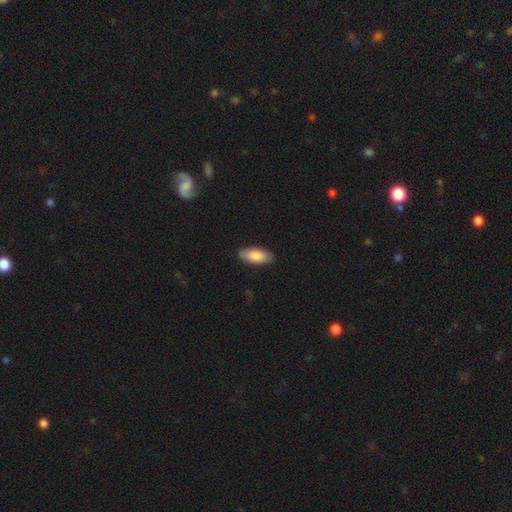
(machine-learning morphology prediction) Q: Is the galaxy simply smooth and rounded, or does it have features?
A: smooth — 85%.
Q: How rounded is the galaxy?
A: in between — 87%.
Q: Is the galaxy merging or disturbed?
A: none — 87%.